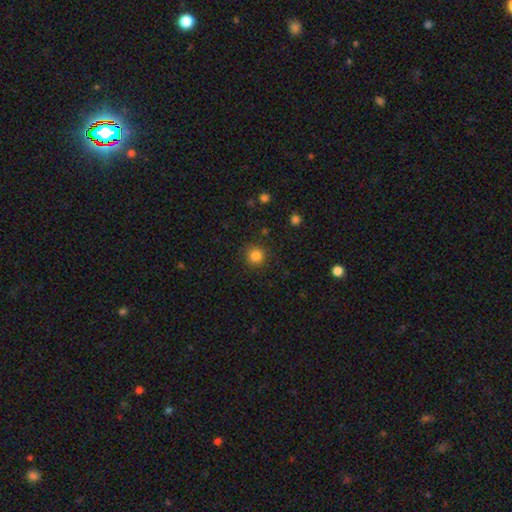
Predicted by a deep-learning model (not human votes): Smooth or featured?
  - smooth: 84% *
  - star or artifact: 12%
  - featured or disk: 4%
How rounded?
  - round: 93% *
  - in between: 6%
  - cigar-shaped: 1%
Merging?
  - none: 88% *
  - minor disturbance: 8%
  - major disturbance: 3%
  - merger: 1%